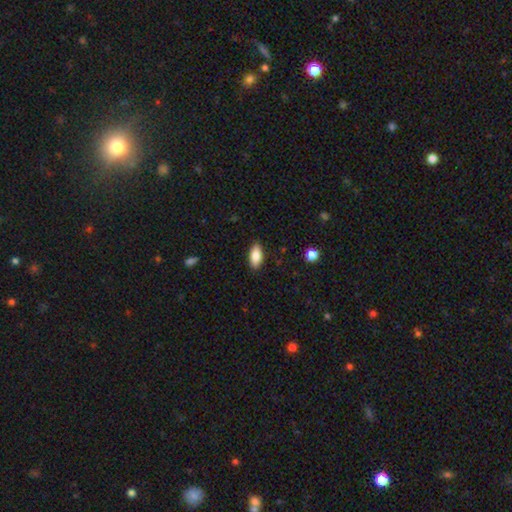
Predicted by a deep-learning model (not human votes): Smooth or featured? Predicted: smooth (p=0.85). How rounded? Predicted: in between (p=0.88). Merging? Predicted: none (p=0.89).